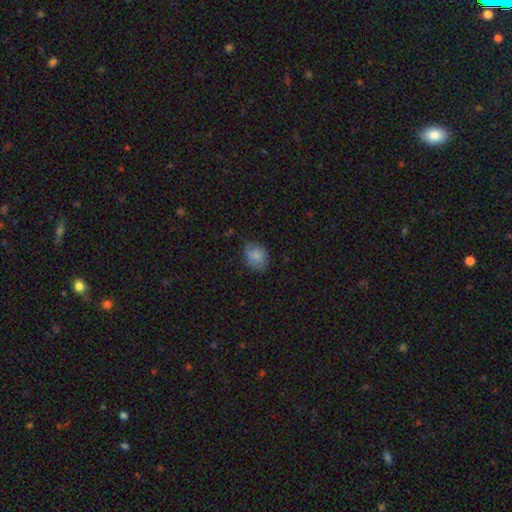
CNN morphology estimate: The model was most divided on "how rounded": in between: 50%, round: 49%, cigar-shaped: 1%. More confident: smooth or featured — smooth (78%); merging — none (66%).